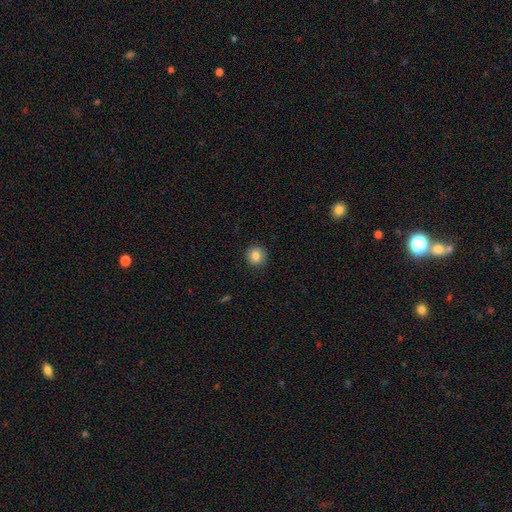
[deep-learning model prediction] Smooth or featured? smooth (84%)
How rounded? round (91%)
Merging? none (89%)